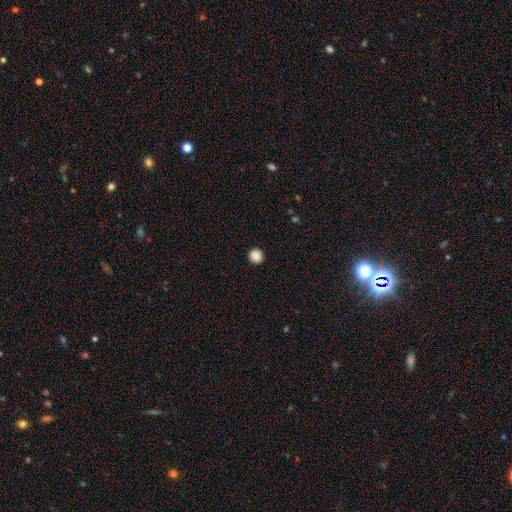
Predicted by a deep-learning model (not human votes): smooth 88%, star or artifact 9%, featured or disk 3%. Down the decision tree: how rounded — round (93%); merging — none (93%).